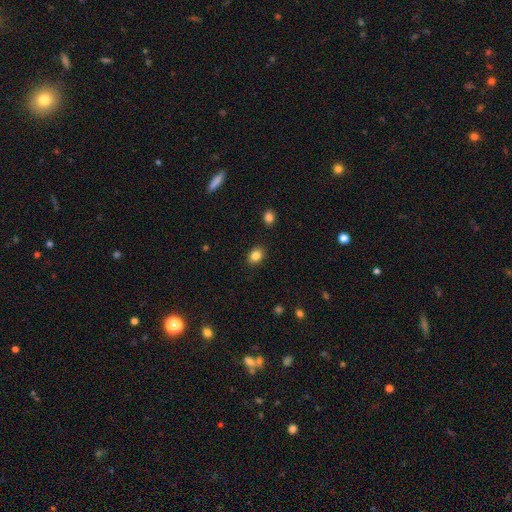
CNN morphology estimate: type=smooth (83%); roundness=in between (60%); merging=none (88%).